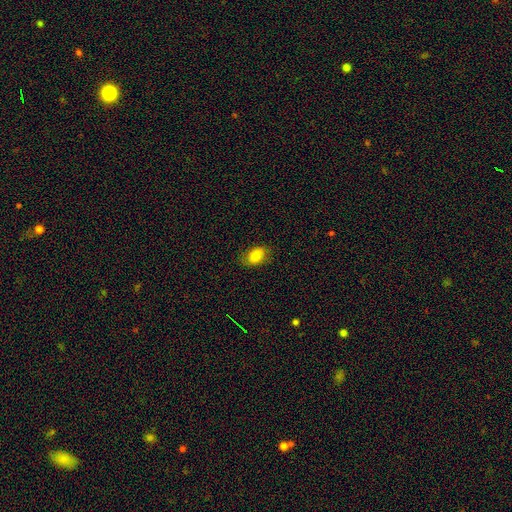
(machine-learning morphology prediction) Q: Smooth or featured?
A: smooth (80%); runner-up: featured or disk (12%)
Q: How rounded?
A: in between (85%); runner-up: round (13%)
Q: Merging?
A: none (78%); runner-up: minor disturbance (17%)